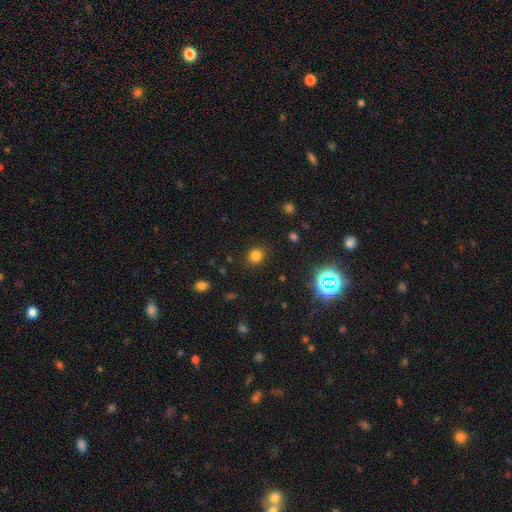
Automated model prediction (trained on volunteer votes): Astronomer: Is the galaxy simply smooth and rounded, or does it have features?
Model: smooth — 79%.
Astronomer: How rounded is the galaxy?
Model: round — 79%.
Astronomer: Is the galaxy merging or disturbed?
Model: none — 88%.